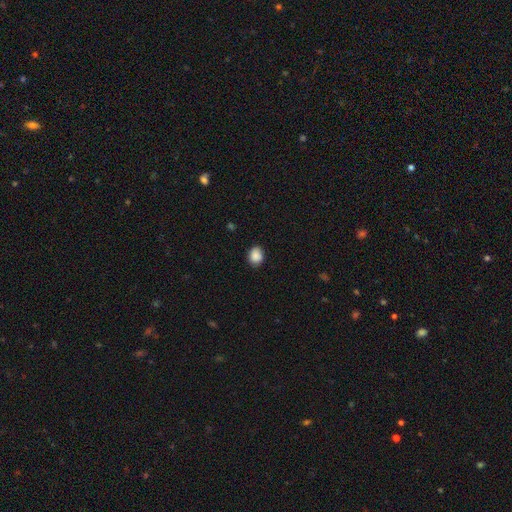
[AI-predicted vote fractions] This appears to be a smooth galaxy with no disk features (87%) that is round (56%). Merging: none (82%).